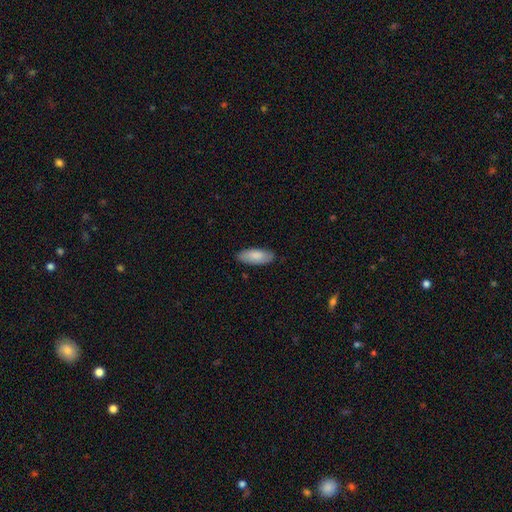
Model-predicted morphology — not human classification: Smooth or featured? smooth (84%)
How rounded? in between (82%)
Merging? none (84%)